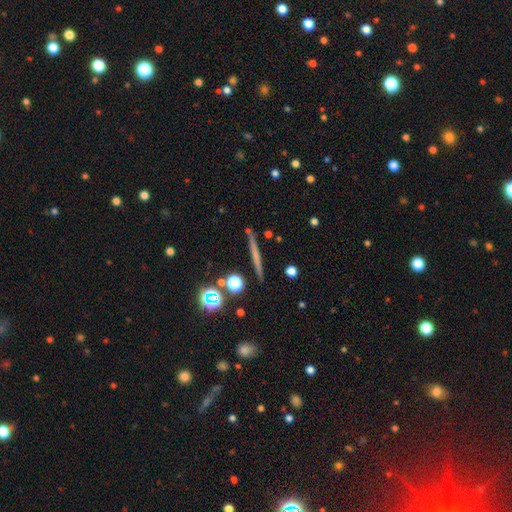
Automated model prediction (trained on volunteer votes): Morphology: type=featured or disk (46%); merging=none (89%).